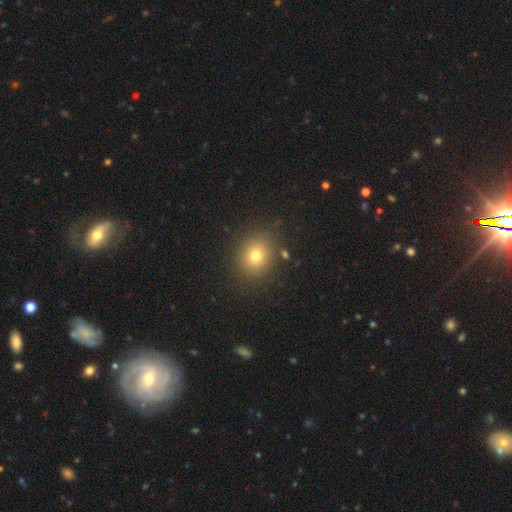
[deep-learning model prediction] Morphology: type=smooth (73%); roundness=round (66%); merging=none (86%).